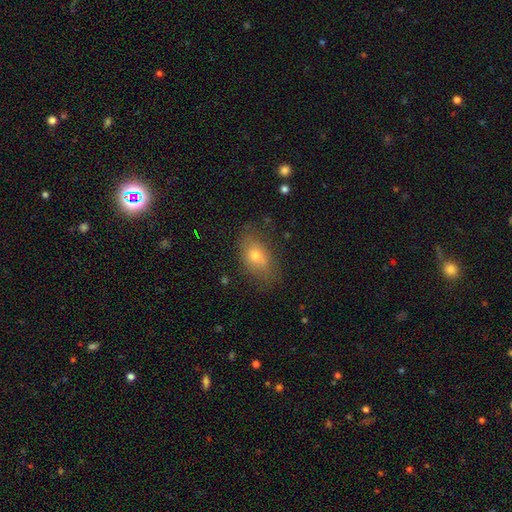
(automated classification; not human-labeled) Smooth or featured? smooth (65%)
How rounded? in between (83%)
Merging? none (68%)